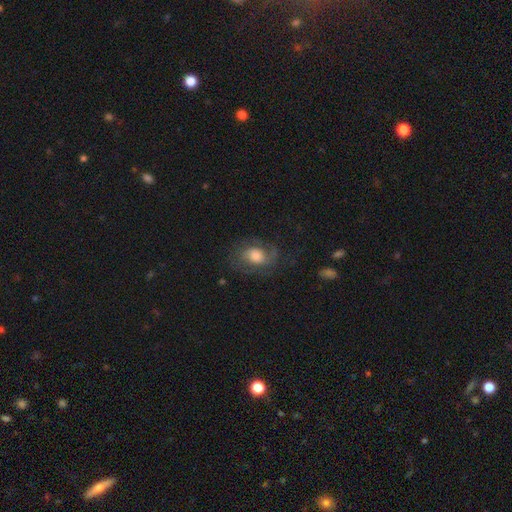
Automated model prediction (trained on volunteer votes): A featured or disk galaxy (57%) with no bar (69%), spiral arms (84%) and a large central bulge (42%). Merging: none (63%).